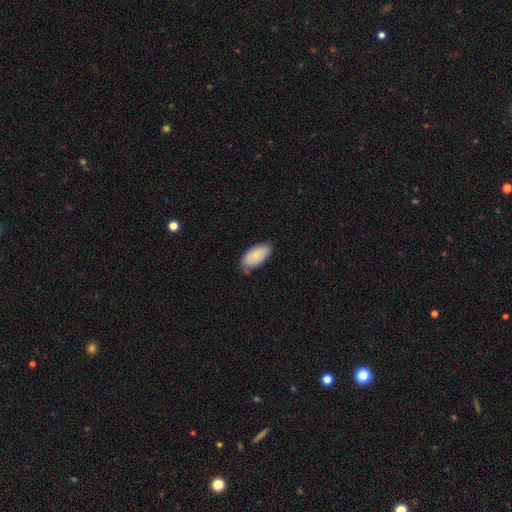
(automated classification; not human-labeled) A smooth galaxy with no disk features (80%) that is in between round and cigar-shaped (94%). Merging: none (72%).